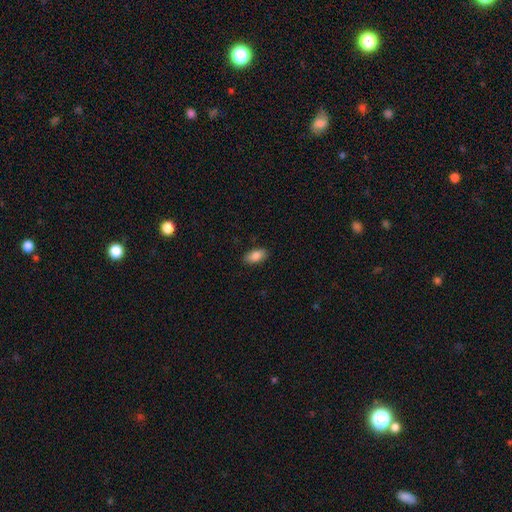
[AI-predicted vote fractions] Smooth or featured? Predicted: smooth (p=0.86). How rounded? Predicted: in between (p=0.92). Merging? Predicted: none (p=0.87).